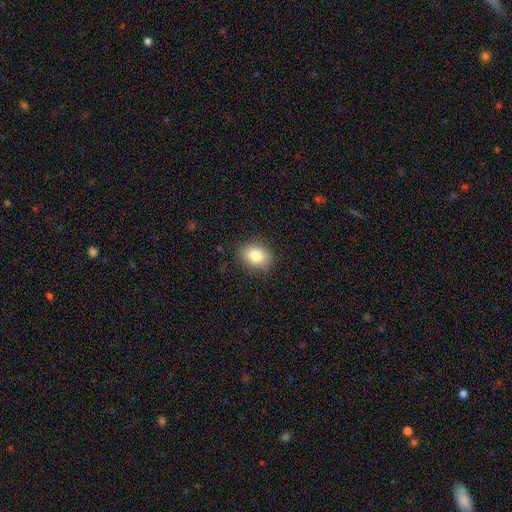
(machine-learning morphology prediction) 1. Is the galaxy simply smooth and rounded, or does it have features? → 83% smooth, 9% star or artifact, 8% featured or disk.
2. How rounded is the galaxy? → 56% in between, 43% round, 1% cigar-shaped.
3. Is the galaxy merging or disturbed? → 85% none, 11% minor disturbance, 3% major disturbance, 1% merger.